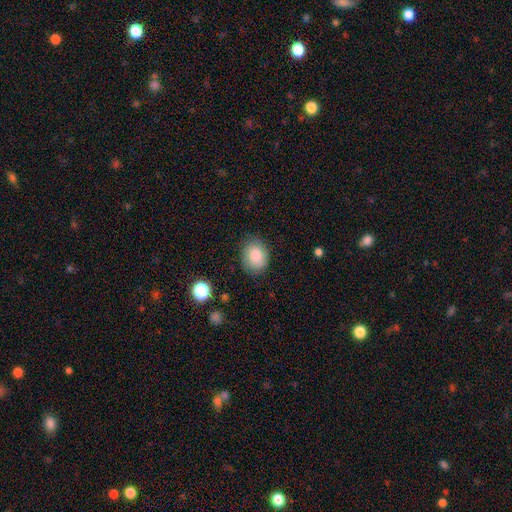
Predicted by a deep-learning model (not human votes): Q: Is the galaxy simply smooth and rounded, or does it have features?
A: smooth — 81%.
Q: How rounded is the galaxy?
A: in between — 51%.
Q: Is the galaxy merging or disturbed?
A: none — 79%.